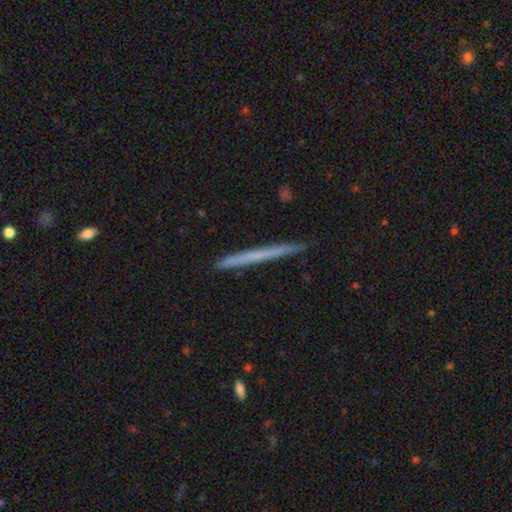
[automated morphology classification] This appears to be a smooth galaxy with no disk features (50%) that is cigar-shaped (97%). Merging: none (91%).